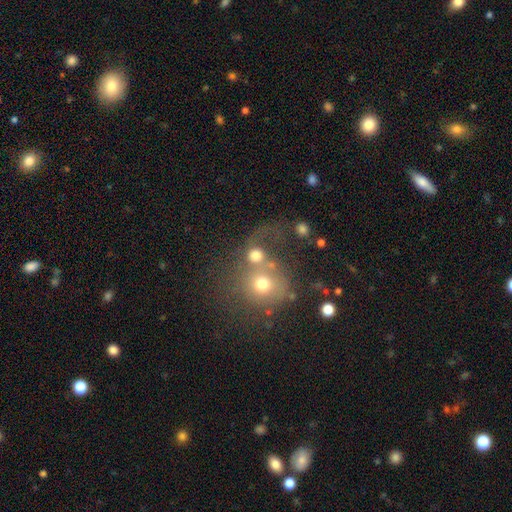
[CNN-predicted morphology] A smooth galaxy with no disk features (63%) that is round (75%). Merging: merger (52%).